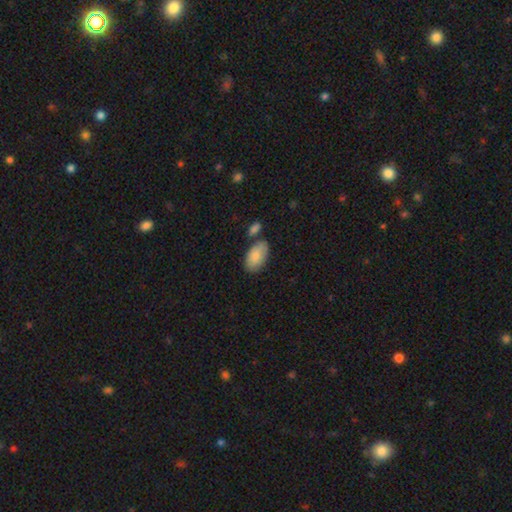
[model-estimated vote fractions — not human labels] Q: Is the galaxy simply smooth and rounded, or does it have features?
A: smooth — 81%.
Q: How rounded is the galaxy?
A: in between — 94%.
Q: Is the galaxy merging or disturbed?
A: none — 66%.